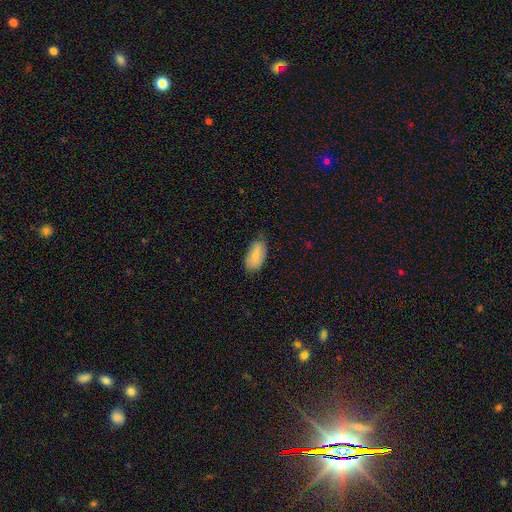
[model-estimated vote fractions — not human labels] This is likely a smooth galaxy (78%). How rounded: clearly in between (93%). Merging: likely none (64%).